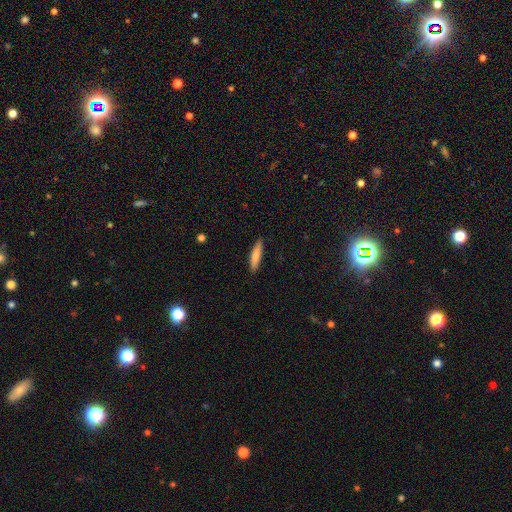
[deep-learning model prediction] smooth 76%, featured or disk 18%, star or artifact 6%. Down the decision tree: how rounded — cigar-shaped (85%); merging — none (89%).